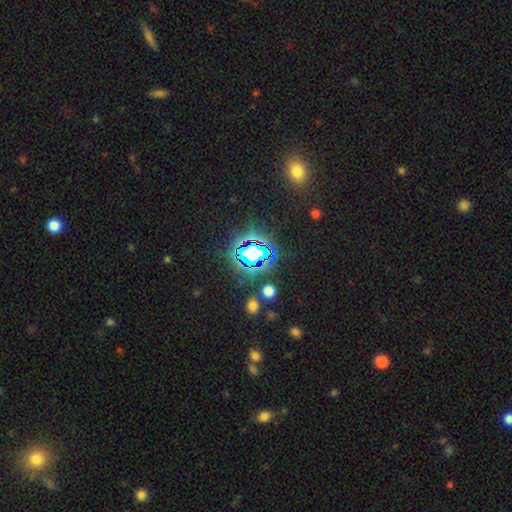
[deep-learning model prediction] Q: Smooth or featured?
A: star or artifact (78%); runner-up: smooth (14%)